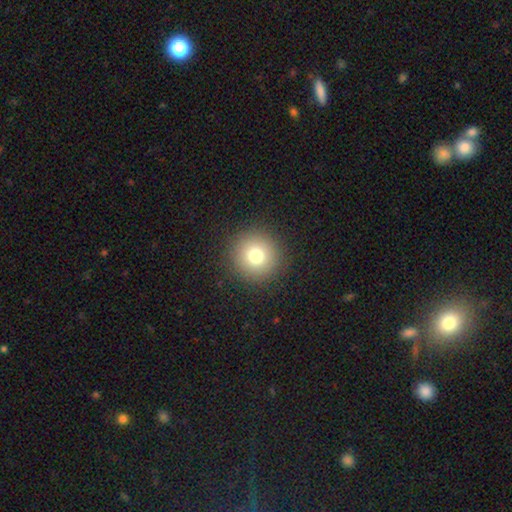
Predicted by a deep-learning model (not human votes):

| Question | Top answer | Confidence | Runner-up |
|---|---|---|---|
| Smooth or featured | smooth | 77% | star or artifact (14%) |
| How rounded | round | 96% | in between (3%) |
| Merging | none | 91% | minor disturbance (5%) |